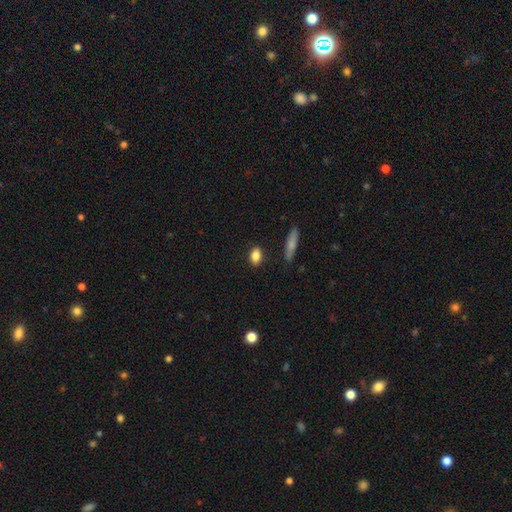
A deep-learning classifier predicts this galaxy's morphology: A smooth galaxy with no disk features (85%) that is in between round and cigar-shaped (80%).

Vote fractions:
- Smooth or featured? smooth: 85% / star or artifact: 8% / featured or disk: 7%
- How rounded? in between: 80% / round: 14% / cigar-shaped: 6%
- Merging? none: 86% / minor disturbance: 10% / major disturbance: 2% / merger: 2%